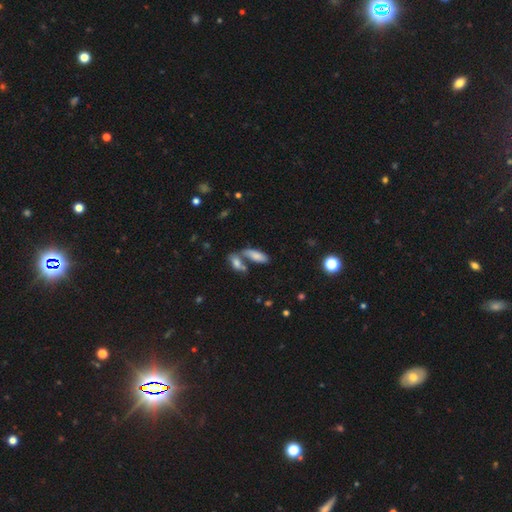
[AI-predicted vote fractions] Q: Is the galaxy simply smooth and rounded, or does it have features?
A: smooth — 79%.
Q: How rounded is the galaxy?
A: in between — 68%.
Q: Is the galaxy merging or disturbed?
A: none — 46%.